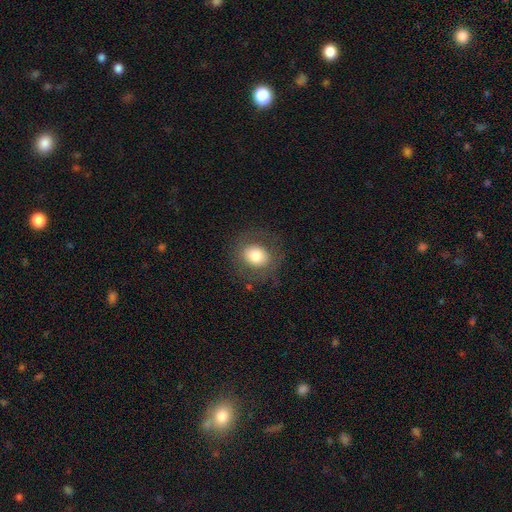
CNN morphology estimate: This appears to be a smooth galaxy with no disk features (72%) that is round (75%). Merging: none (80%).